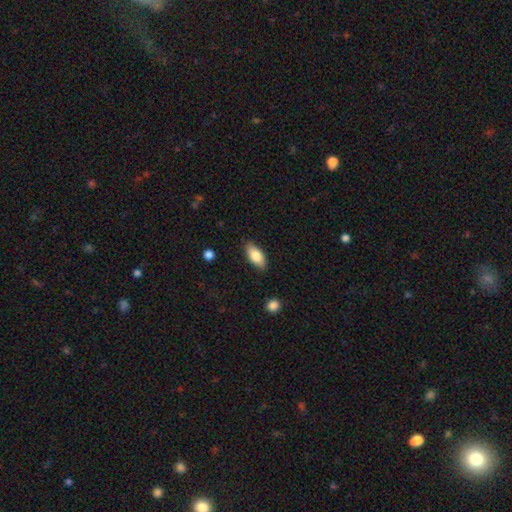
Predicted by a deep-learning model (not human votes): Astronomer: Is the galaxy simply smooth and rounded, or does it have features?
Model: smooth — 83%.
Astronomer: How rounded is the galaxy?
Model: in between — 89%.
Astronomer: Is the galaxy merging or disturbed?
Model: none — 86%.